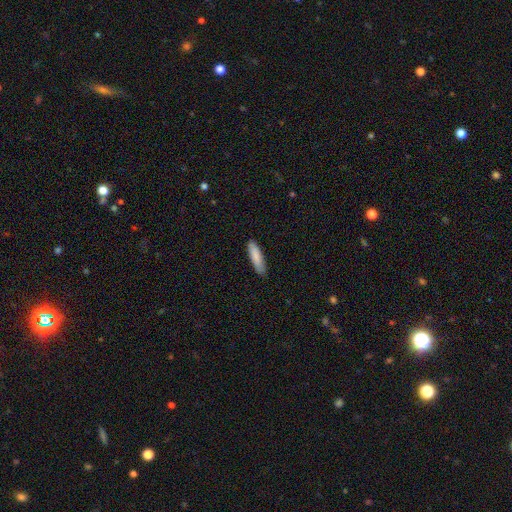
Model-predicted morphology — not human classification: The model was most divided on "how rounded": cigar-shaped: 67%, in between: 32%, round: 1%. More confident: merging — none (86%); smooth or featured — smooth (86%).